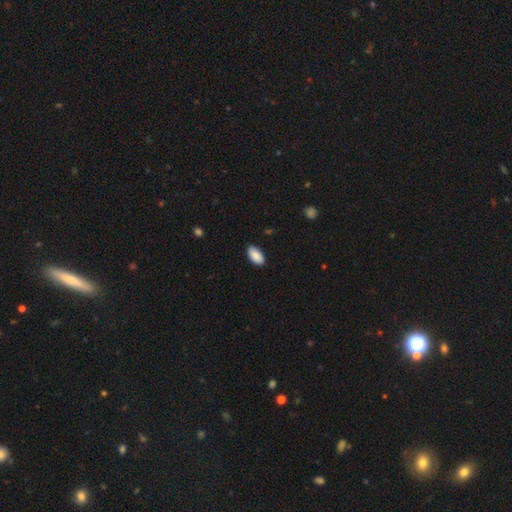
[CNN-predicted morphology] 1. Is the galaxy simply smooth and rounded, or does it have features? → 90% smooth, 6% star or artifact, 4% featured or disk.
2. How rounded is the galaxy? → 95% in between, 3% cigar-shaped, 2% round.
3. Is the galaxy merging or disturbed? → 88% none, 9% minor disturbance, 2% major disturbance, 1% merger.